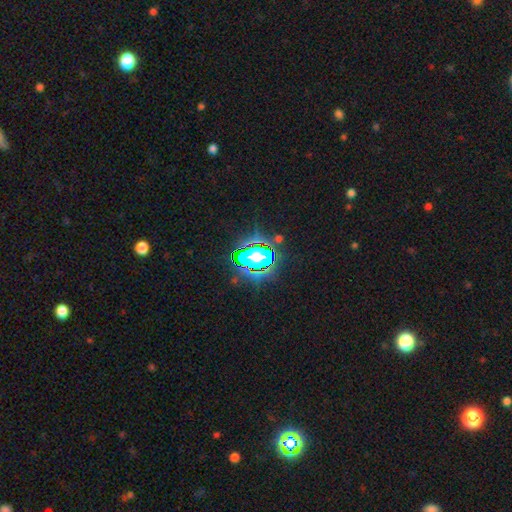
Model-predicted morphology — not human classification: smooth-or-featured: star or artifact: 81% | smooth: 11% | featured or disk: 8%